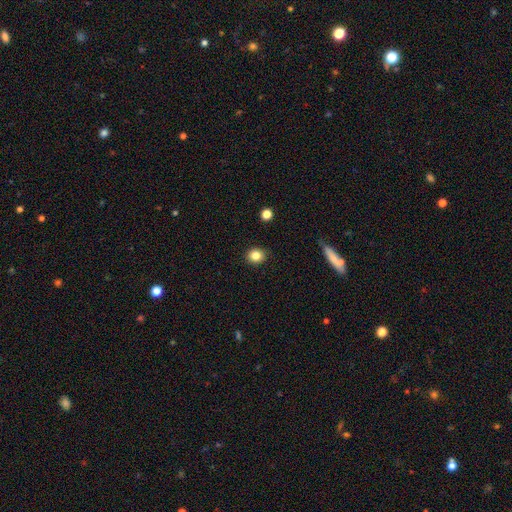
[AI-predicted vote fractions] Overall: smooth (84%). How rounded: round (75%). Merging: none (89%).